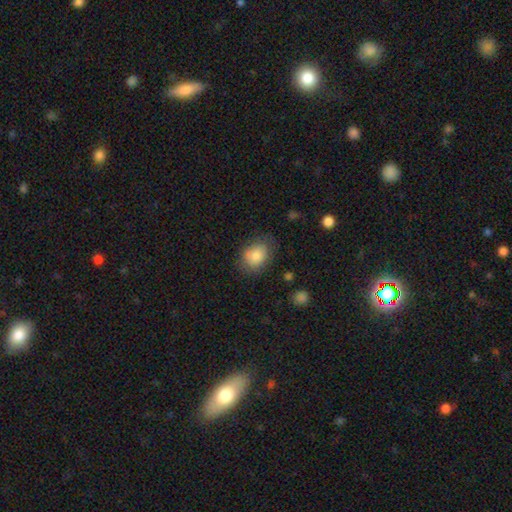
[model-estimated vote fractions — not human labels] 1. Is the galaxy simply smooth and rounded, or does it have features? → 83% smooth, 9% featured or disk, 8% star or artifact.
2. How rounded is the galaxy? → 60% in between, 39% round, 1% cigar-shaped.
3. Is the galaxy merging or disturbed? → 72% none, 20% minor disturbance, 6% major disturbance, 2% merger.